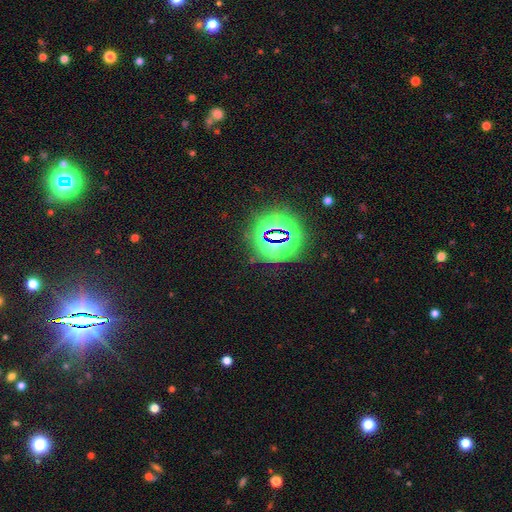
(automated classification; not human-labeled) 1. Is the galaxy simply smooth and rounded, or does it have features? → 82% star or artifact, 10% smooth, 8% featured or disk.